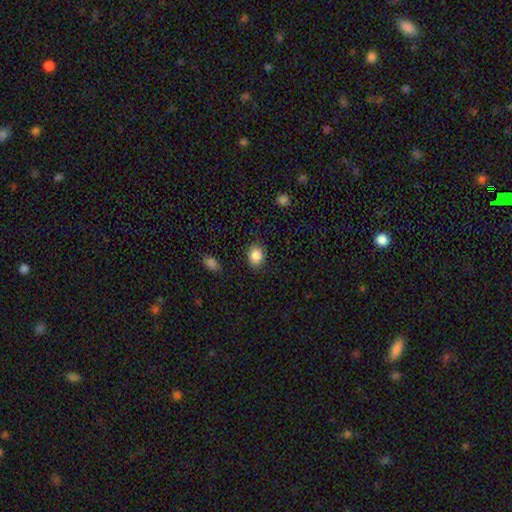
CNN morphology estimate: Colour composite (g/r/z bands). It shows a smooth galaxy with no disk features (87%) that is in between round and cigar-shaped (58%). Merging: none (86%).